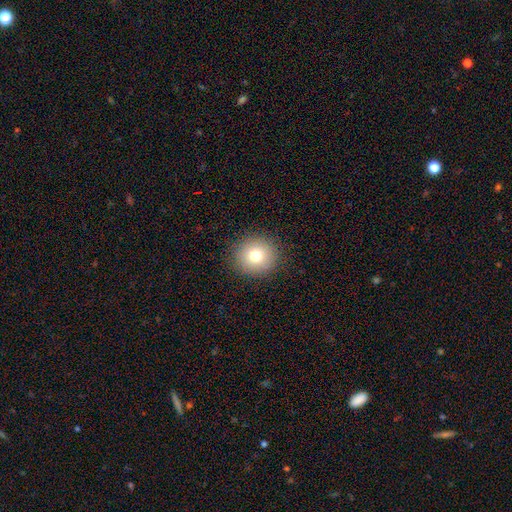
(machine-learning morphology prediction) A smooth galaxy with no disk features (78%) that is round (92%). Merging: none (90%).